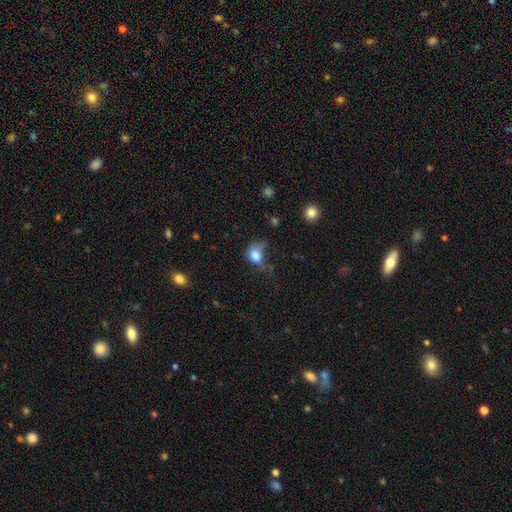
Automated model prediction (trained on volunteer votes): Morphology: type=smooth (78%); roundness=in between (54%); merging=major disturbance (34%).